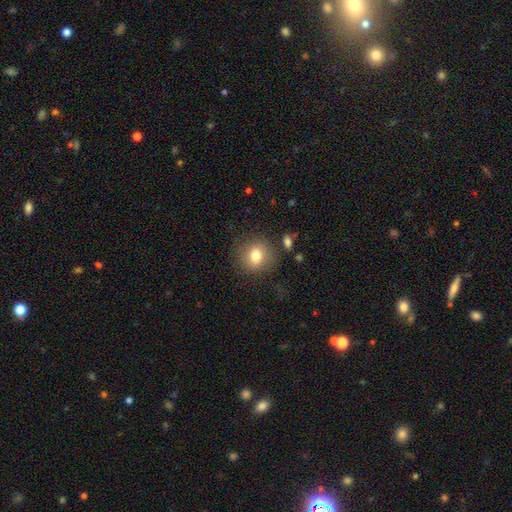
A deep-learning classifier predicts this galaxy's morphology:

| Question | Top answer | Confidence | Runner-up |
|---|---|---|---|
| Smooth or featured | smooth | 78% | featured or disk (12%) |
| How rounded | round | 77% | in between (22%) |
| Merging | none | 82% | minor disturbance (11%) |